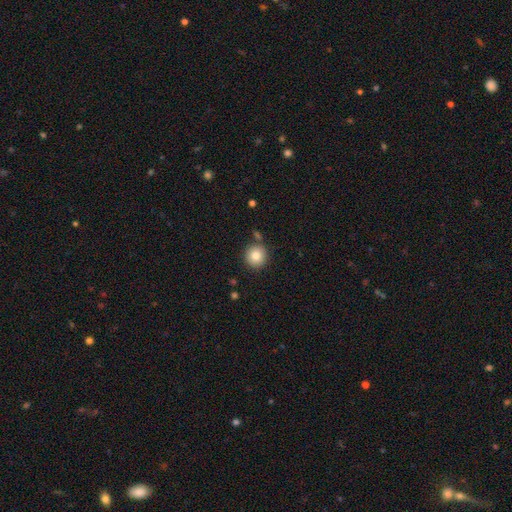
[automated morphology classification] Smooth or featured: smooth — 83% (star or artifact — 10%)
How rounded: round — 95% (in between — 4%)
Merging: none — 84% (minor disturbance — 8%)